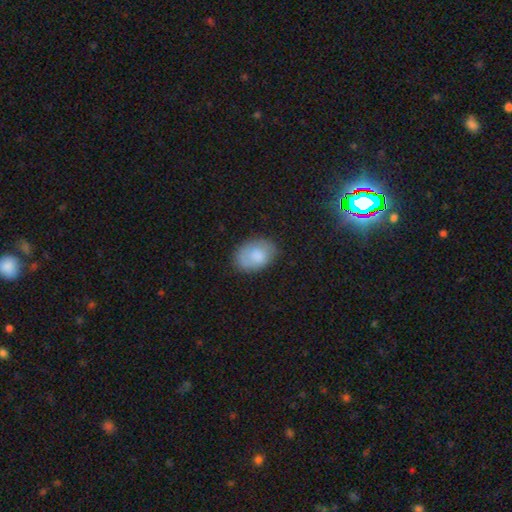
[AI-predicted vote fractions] Smooth or featured? smooth (76%)
How rounded? in between (81%)
Merging? none (75%)